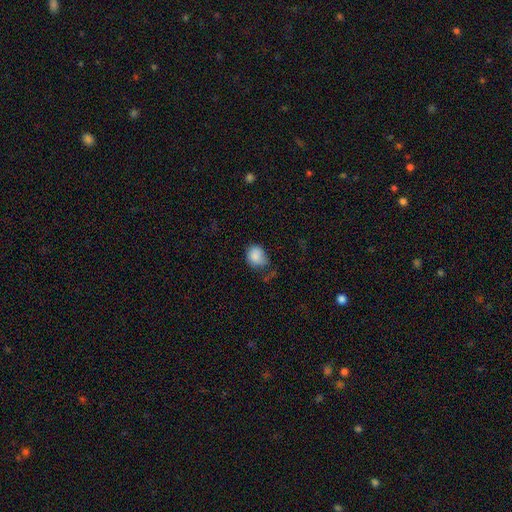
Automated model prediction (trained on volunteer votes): smooth 85%, star or artifact 8%, featured or disk 7%. Down the decision tree: how rounded — round (52%); merging — none (48%).